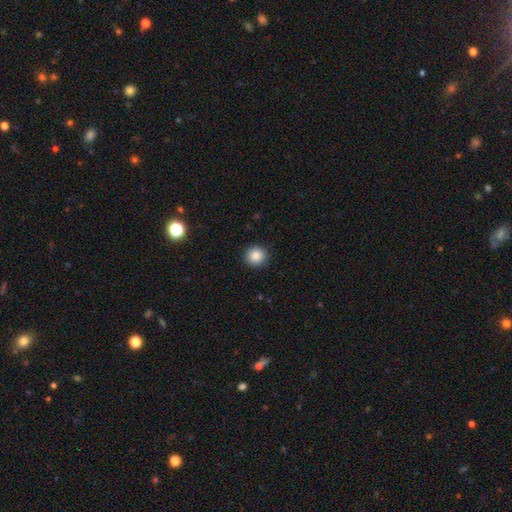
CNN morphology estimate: The model was most divided on "smooth or featured": smooth: 87%, star or artifact: 10%, featured or disk: 3%. More confident: how rounded — round (93%); merging — none (92%).